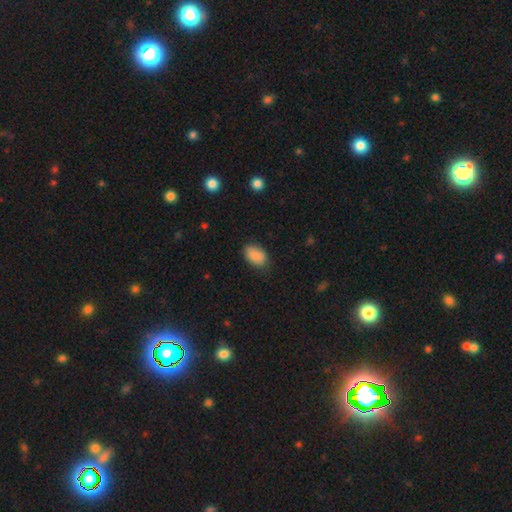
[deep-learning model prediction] Smooth or featured? Predicted: smooth (p=0.88). How rounded? Predicted: in between (p=0.90). Merging? Predicted: none (p=0.78).